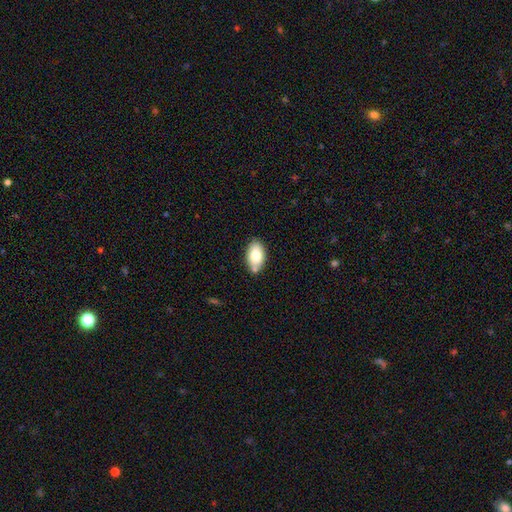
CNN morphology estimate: A smooth galaxy with no disk features (77%) that is in between round and cigar-shaped (93%). Merging: none (75%).